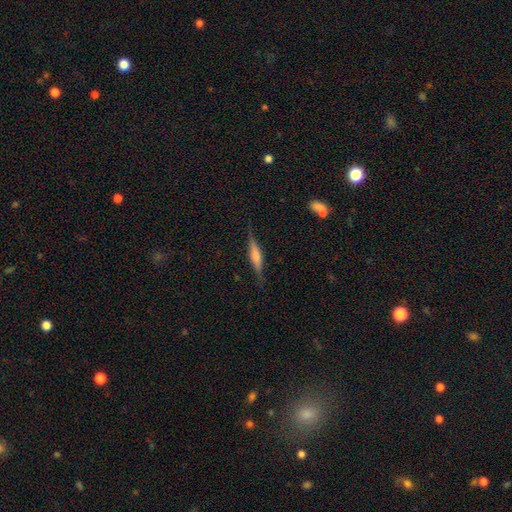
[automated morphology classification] This is possibly a featured or disk galaxy (59%). It is clearly viewed edge-on (96%). Edge-on bulge: possibly rounded (59%). Merging: clearly none (84%).